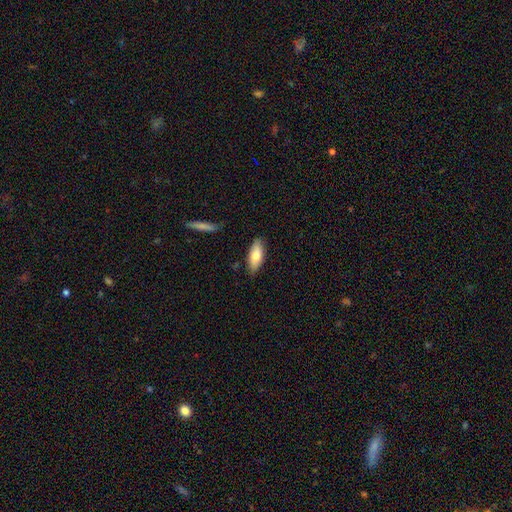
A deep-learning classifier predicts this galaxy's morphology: smooth_or_featured: smooth (p=0.72) [alt: featured or disk p=0.22]
how_rounded: in between (p=0.80) [alt: cigar-shaped p=0.17]
merging: none (p=0.83) [alt: minor disturbance p=0.13]